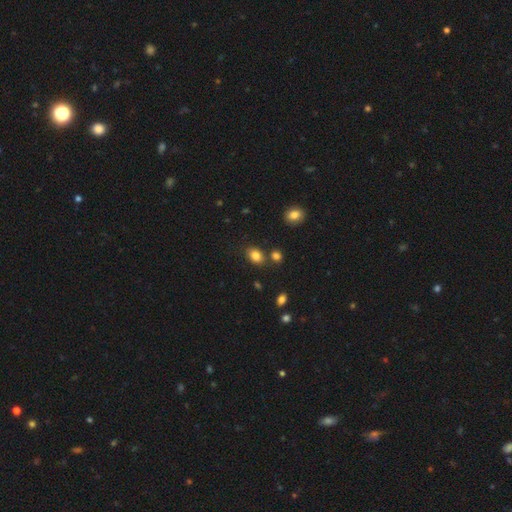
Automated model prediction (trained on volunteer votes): Morphology: type=smooth (84%); roundness=in between (69%); merging=none (76%).